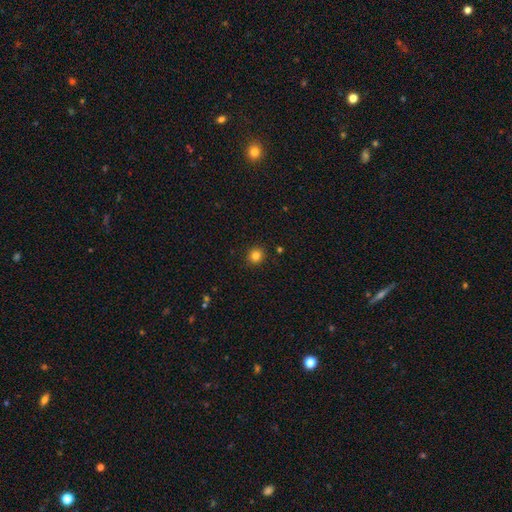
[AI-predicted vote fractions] Smooth or featured? Predicted: smooth (p=0.82). How rounded? Predicted: round (p=0.89). Merging? Predicted: none (p=0.91).